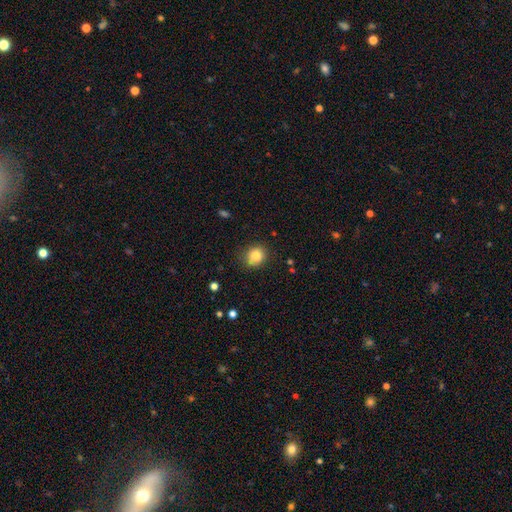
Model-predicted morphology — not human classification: Smooth or featured?
  - smooth: 83% *
  - star or artifact: 10%
  - featured or disk: 7%
How rounded?
  - round: 75% *
  - in between: 24%
  - cigar-shaped: 1%
Merging?
  - none: 77% *
  - minor disturbance: 17%
  - major disturbance: 4%
  - merger: 2%